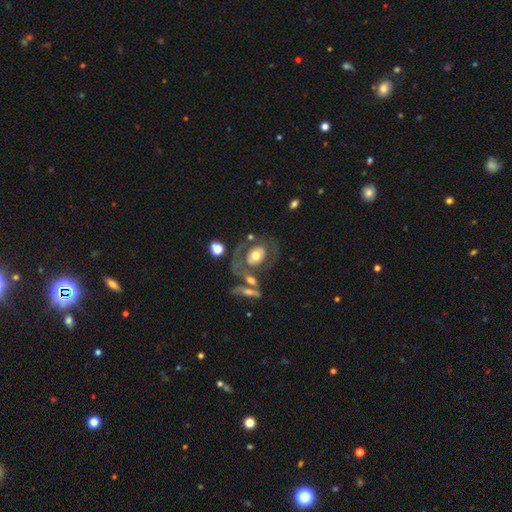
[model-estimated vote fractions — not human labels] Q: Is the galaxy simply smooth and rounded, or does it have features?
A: featured or disk — 62%.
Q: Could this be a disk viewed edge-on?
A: no — 93%.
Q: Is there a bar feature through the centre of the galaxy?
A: no — 74%.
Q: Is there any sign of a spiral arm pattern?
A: no — 60%.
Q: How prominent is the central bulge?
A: moderate — 63%.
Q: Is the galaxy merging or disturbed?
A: none — 54%.